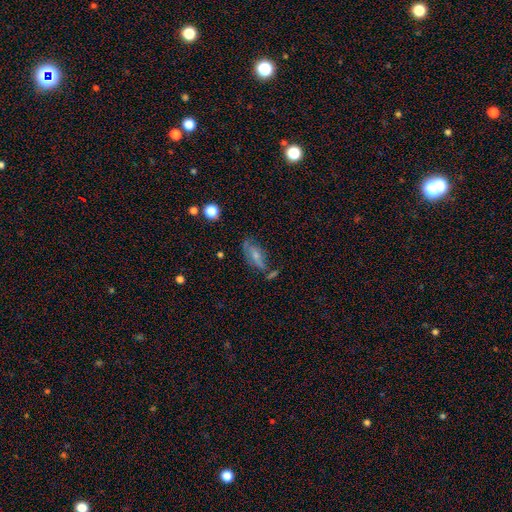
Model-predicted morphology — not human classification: Smooth or featured? Predicted: smooth (p=0.47). Merging? Predicted: none (p=0.43).